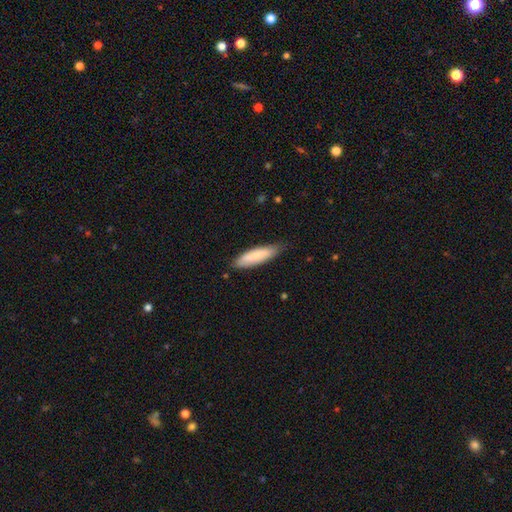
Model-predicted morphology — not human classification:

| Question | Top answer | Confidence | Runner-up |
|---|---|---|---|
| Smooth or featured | smooth | 81% | featured or disk (13%) |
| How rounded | cigar-shaped | 65% | in between (33%) |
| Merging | none | 77% | minor disturbance (19%) |